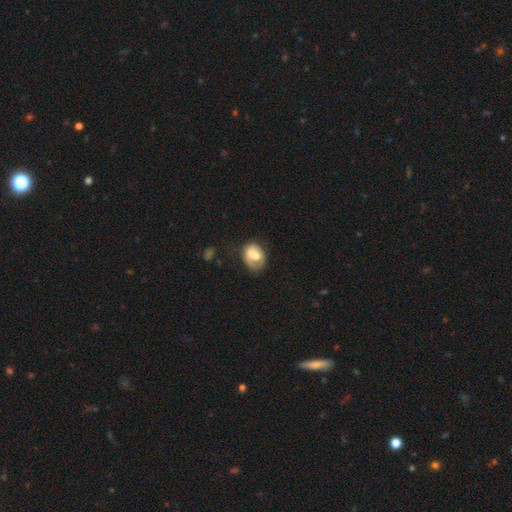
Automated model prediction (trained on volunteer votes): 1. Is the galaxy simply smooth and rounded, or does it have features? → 63% smooth, 29% featured or disk, 8% star or artifact.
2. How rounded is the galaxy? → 61% in between, 38% round, 1% cigar-shaped.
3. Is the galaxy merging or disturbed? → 44% none, 29% minor disturbance, 14% major disturbance, 13% merger.